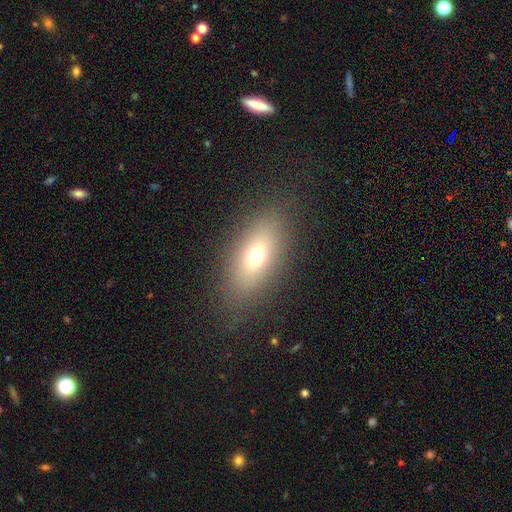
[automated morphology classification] A smooth galaxy with no disk features (68%) that is in between round and cigar-shaped (81%).

Vote fractions:
- Smooth or featured? smooth: 68% / featured or disk: 20% / star or artifact: 12%
- How rounded? in between: 81% / cigar-shaped: 11% / round: 8%
- Merging? none: 83% / minor disturbance: 10% / major disturbance: 6% / merger: 1%